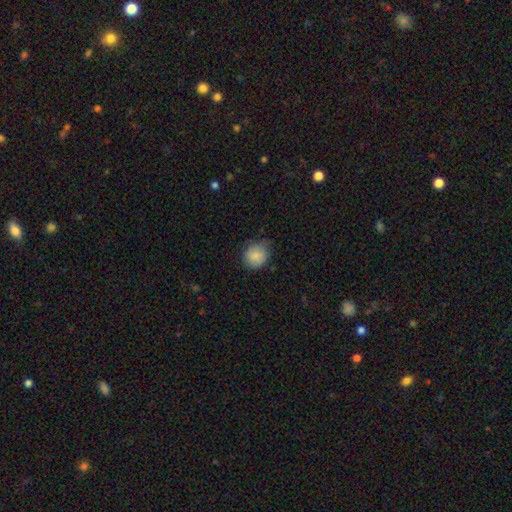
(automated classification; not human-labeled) Smooth or featured?
  - smooth: 86% *
  - star or artifact: 8%
  - featured or disk: 6%
How rounded?
  - round: 78% *
  - in between: 21%
  - cigar-shaped: 1%
Merging?
  - none: 68% *
  - minor disturbance: 26%
  - major disturbance: 5%
  - merger: 1%